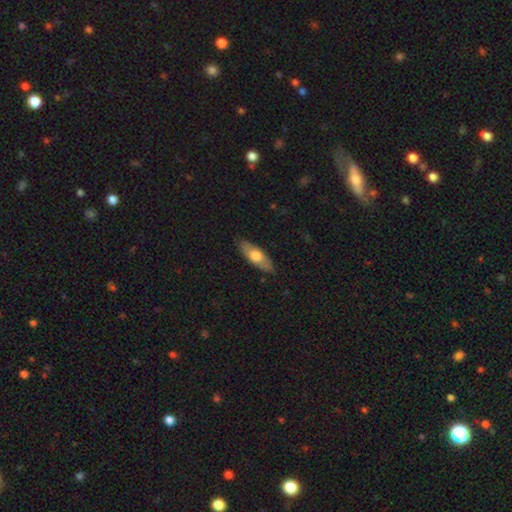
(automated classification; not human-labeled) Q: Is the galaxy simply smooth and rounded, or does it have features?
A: smooth — 61%.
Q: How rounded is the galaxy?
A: in between — 71%.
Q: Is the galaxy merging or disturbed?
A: none — 85%.